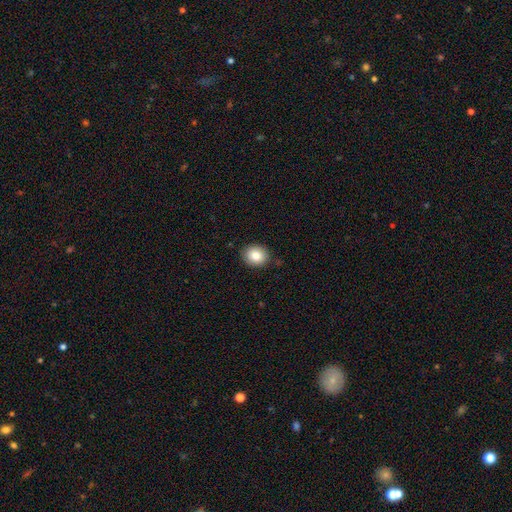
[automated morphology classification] Q: Smooth or featured?
A: smooth (84%); runner-up: star or artifact (9%)
Q: How rounded?
A: round (67%); runner-up: in between (32%)
Q: Merging?
A: none (87%); runner-up: minor disturbance (9%)